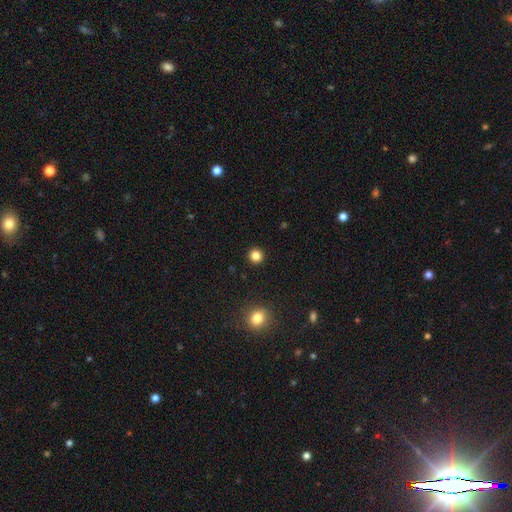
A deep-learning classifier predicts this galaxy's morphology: Smooth or featured? smooth (84%)
How rounded? round (94%)
Merging? none (93%)